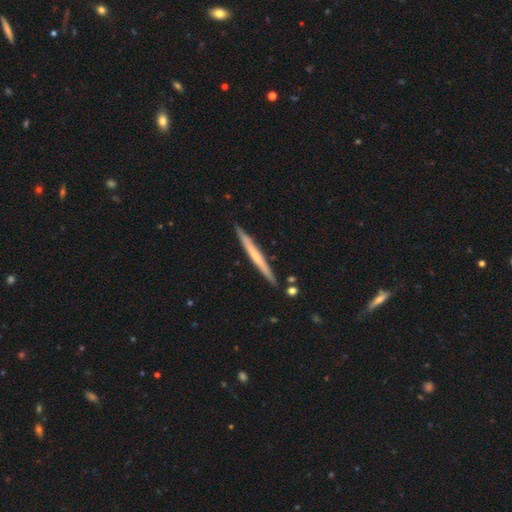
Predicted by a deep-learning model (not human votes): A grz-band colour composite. It shows a smooth galaxy with no disk features (48%). Merging: none (89%).